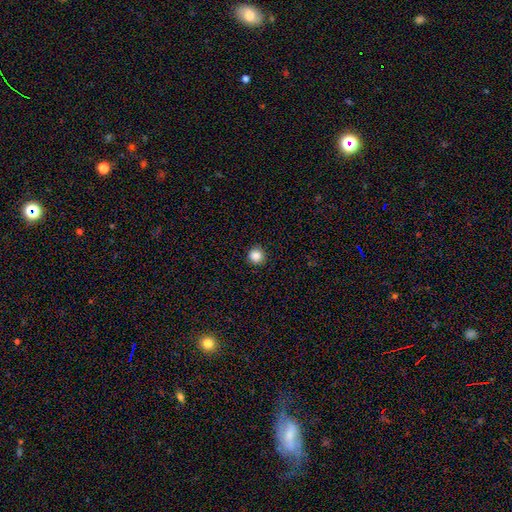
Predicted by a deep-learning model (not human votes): A smooth galaxy with no disk features (87%) that is round (95%).

Vote fractions:
- Smooth or featured? smooth: 87% / star or artifact: 10% / featured or disk: 3%
- How rounded? round: 95% / in between: 4% / cigar-shaped: 1%
- Merging? none: 92% / minor disturbance: 5% / major disturbance: 2% / merger: 1%